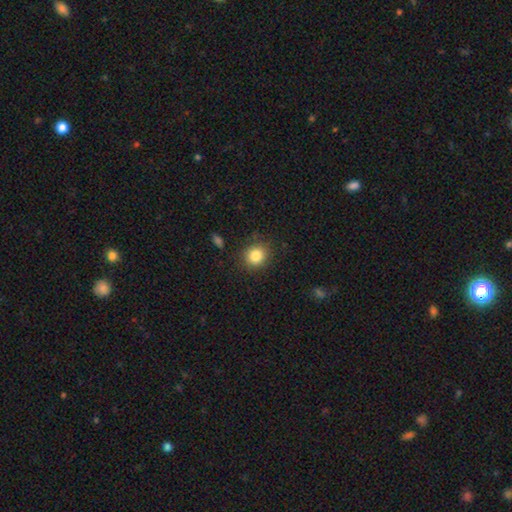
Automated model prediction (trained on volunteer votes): Smooth or featured? smooth (83%)
How rounded? round (82%)
Merging? none (87%)